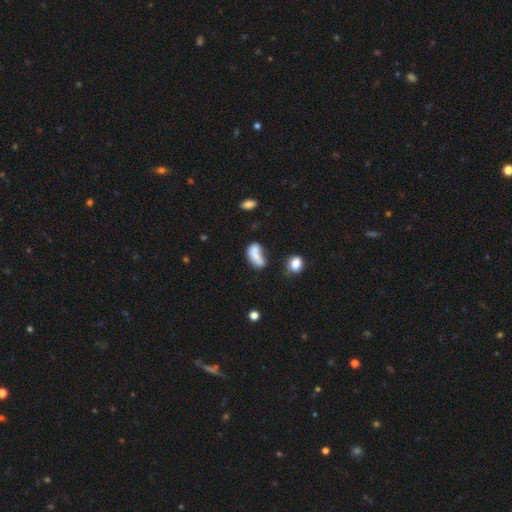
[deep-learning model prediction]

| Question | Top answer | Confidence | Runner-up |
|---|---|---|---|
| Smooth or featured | smooth | 68% | featured or disk (21%) |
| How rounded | in between | 84% | cigar-shaped (9%) |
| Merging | merger | 34% | none (27%) |